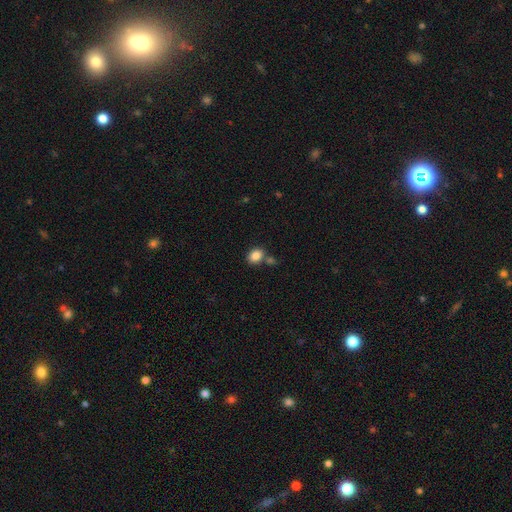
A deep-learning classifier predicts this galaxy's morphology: Smooth or featured? Predicted: smooth (p=0.85). How rounded? Predicted: in between (p=0.58). Merging? Predicted: none (p=0.67).